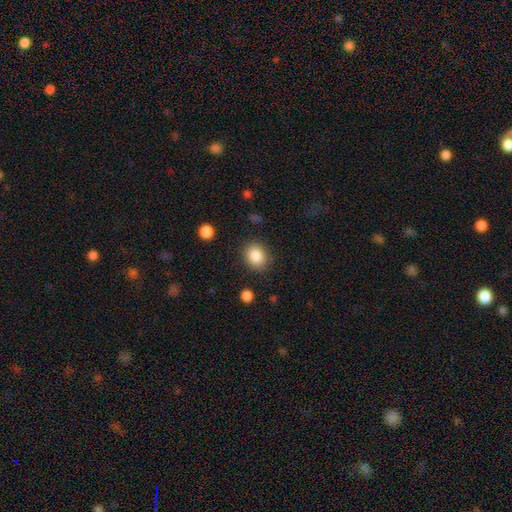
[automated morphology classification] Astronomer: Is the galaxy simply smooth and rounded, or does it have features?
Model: smooth — 86%.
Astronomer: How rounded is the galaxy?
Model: round — 56% (runner-up: in between, 44%).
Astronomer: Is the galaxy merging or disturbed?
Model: none — 85%.